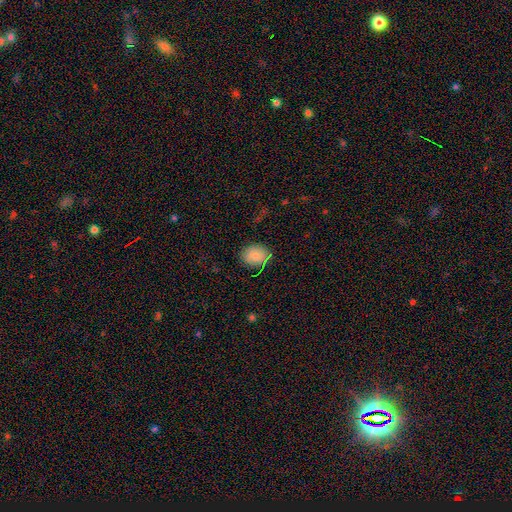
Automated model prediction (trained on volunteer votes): Smooth or featured? smooth (84%)
How rounded? in between (55%)
Merging? none (81%)